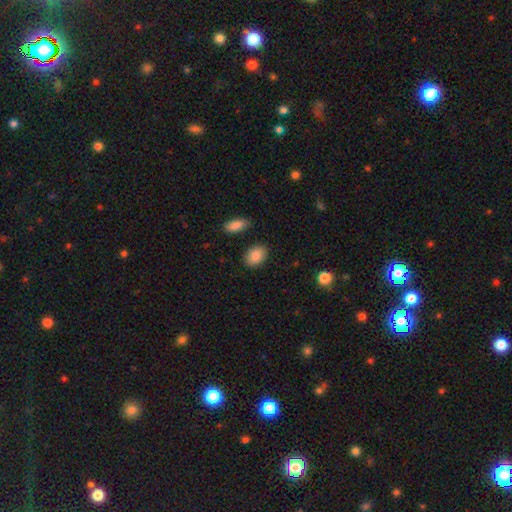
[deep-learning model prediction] A smooth galaxy with no disk features (88%) that is in between round and cigar-shaped (80%). Merging: none (86%).